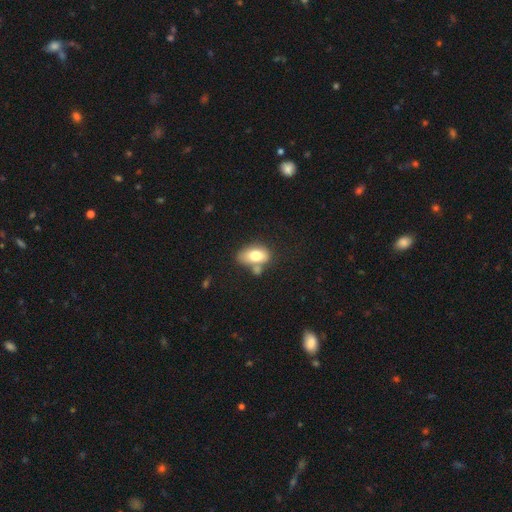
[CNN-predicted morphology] A smooth galaxy with no disk features (74%) that is in between round and cigar-shaped (87%). Merging: none (44%).